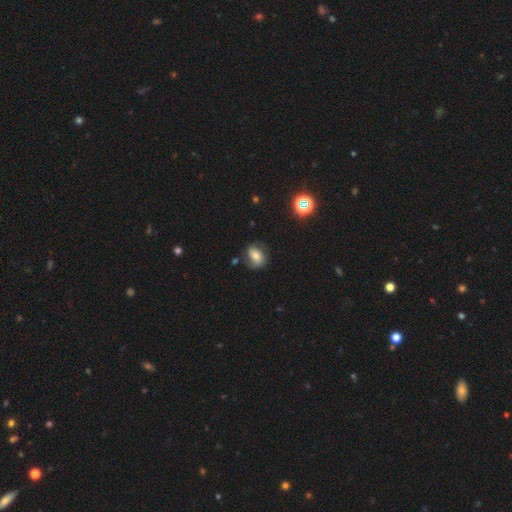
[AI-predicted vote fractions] Smooth or featured?
  - smooth: 56% *
  - featured or disk: 32%
  - star or artifact: 13%
How rounded?
  - in between: 59% *
  - round: 40%
  - cigar-shaped: 2%
Merging?
  - none: 68% *
  - minor disturbance: 22%
  - major disturbance: 7%
  - merger: 3%